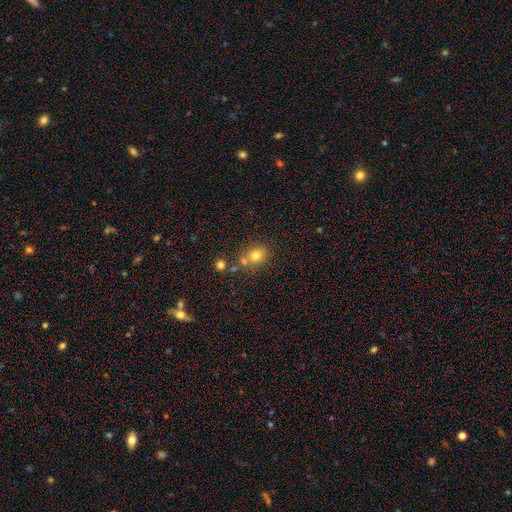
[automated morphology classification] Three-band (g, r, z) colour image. It shows a smooth galaxy with no disk features (76%) that is round (72%). Merging: none (64%).